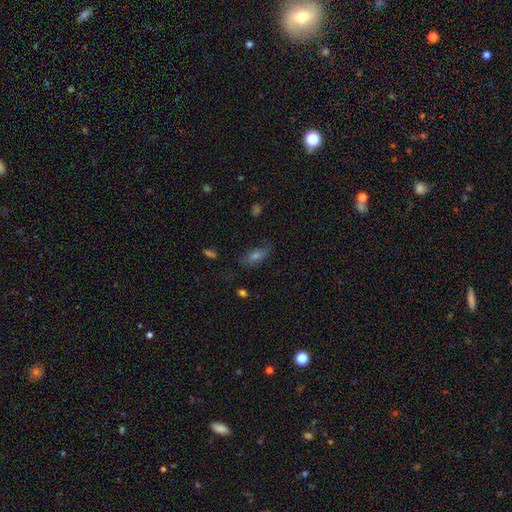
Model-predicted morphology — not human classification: smooth-or-featured: smooth: 48% | featured or disk: 29% | star or artifact: 23%
  merging: none: 70% | minor disturbance: 19% | major disturbance: 9% | merger: 2%